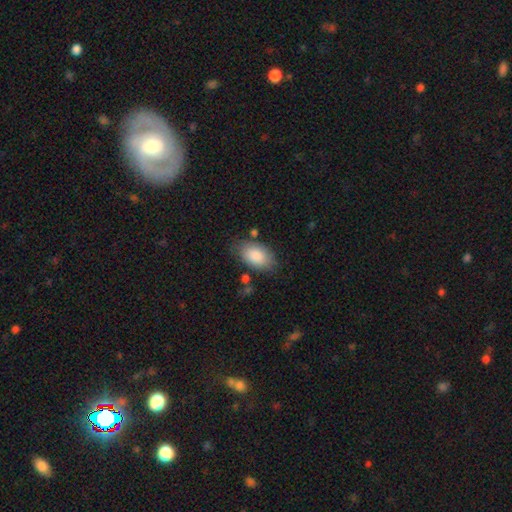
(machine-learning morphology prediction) Overall: smooth (87%). How rounded: in between (93%). Merging: none (73%).